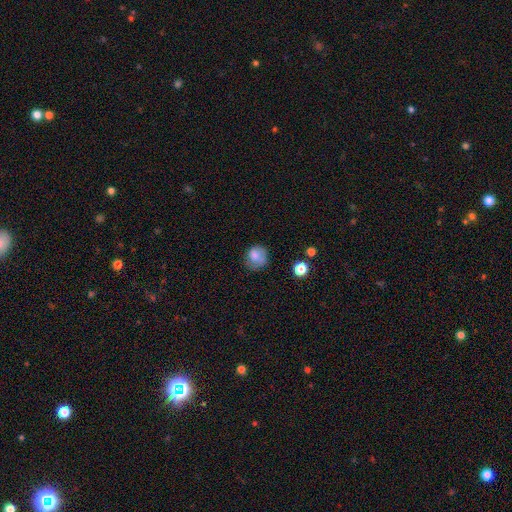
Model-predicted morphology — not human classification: Smooth or featured: smooth — 79% (featured or disk — 11%)
How rounded: round — 79% (in between — 20%)
Merging: none — 57% (minor disturbance — 29%)